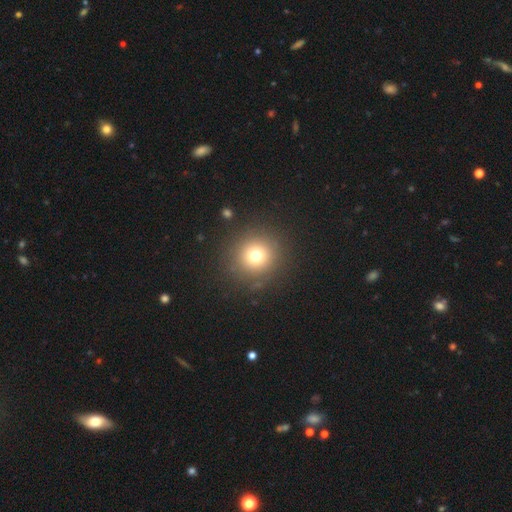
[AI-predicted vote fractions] smooth 74%, star or artifact 16%, featured or disk 10%. Down the decision tree: how rounded — round (93%); merging — none (88%).